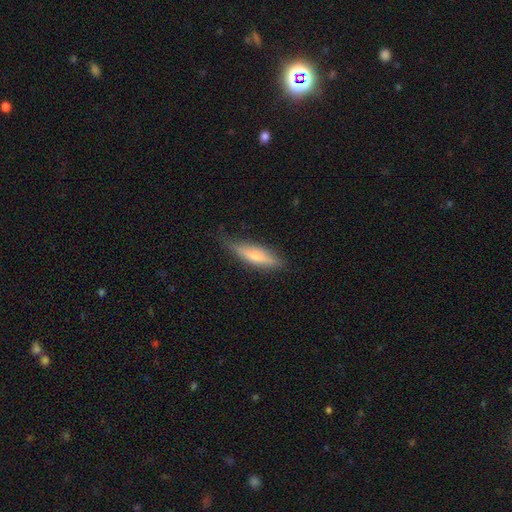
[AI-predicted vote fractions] This appears to be a smooth galaxy with no disk features (60%) that is cigar-shaped (71%). Merging: none (73%).